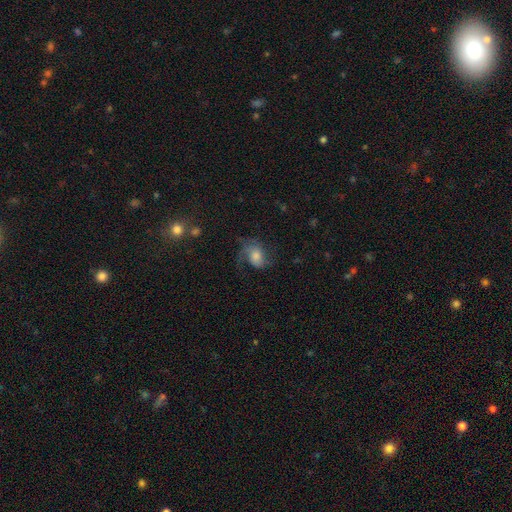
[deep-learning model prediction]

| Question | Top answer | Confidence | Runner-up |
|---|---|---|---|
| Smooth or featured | featured or disk | 59% | smooth (30%) |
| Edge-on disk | no | 97% | yes (3%) |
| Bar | no | 67% | weak (27%) |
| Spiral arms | yes | 89% | no (11%) |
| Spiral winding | loose | 48% | medium (39%) |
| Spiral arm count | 2 | 47% | 1 (29%) |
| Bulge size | moderate | 47% | small (22%) |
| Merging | none | 48% | major disturbance (29%) |